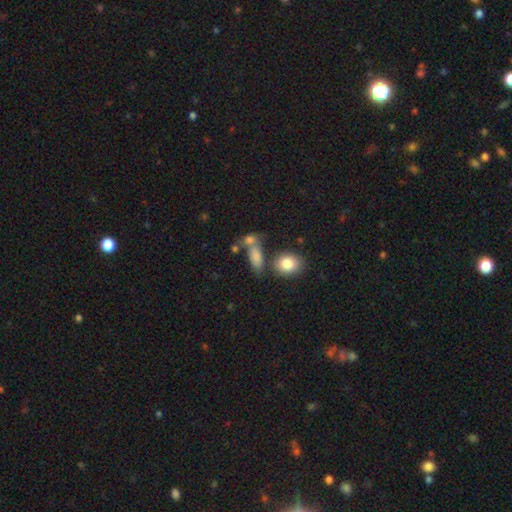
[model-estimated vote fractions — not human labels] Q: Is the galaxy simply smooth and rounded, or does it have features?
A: smooth — 79%.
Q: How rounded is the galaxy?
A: in between — 77%.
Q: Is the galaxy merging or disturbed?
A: none — 44%.